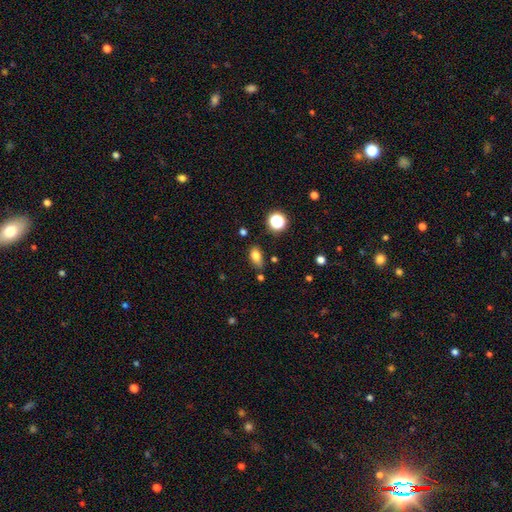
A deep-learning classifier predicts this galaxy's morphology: The model was most divided on "merging": none: 74%, minor disturbance: 17%, merger: 5%, major disturbance: 4%. More confident: how rounded — in between (83%); smooth or featured — smooth (79%).